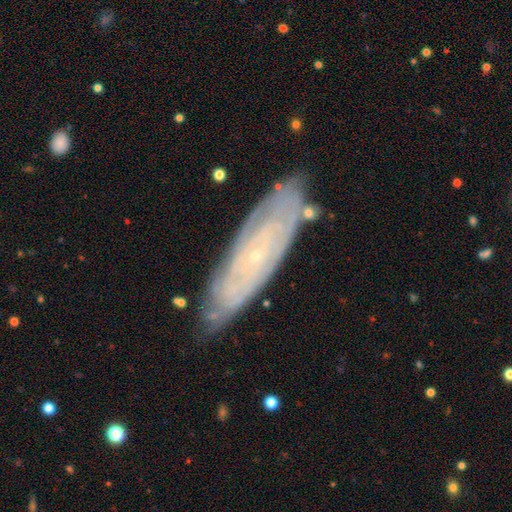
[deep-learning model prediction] smooth_or_featured: featured or disk (p=0.78) [alt: smooth p=0.15]
disk_edge_on: no (p=0.80) [alt: yes p=0.20]
bar: no (p=0.77) [alt: weak p=0.18]
has_spiral_arms: yes (p=0.91) [alt: no p=0.09]
spiral_winding: tight (p=0.81) [alt: medium p=0.15]
spiral_arm_count: can't tell (p=0.57) [alt: 2 p=0.11]
bulge_size: small (p=0.88) [alt: moderate p=0.06]
merging: none (p=0.81) [alt: minor disturbance p=0.14]